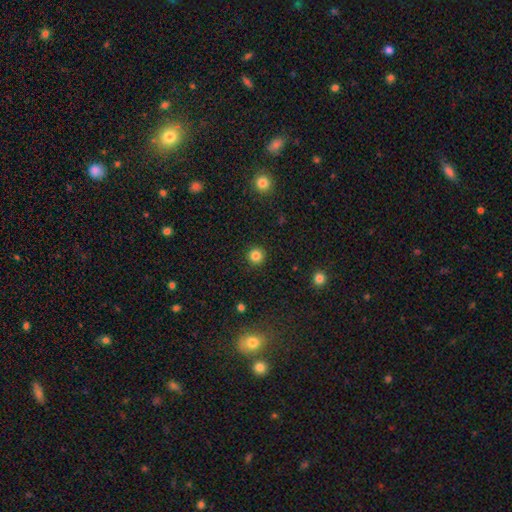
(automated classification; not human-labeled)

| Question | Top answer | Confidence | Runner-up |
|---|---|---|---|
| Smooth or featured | smooth | 84% | star or artifact (12%) |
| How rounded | round | 95% | in between (4%) |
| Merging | none | 92% | minor disturbance (5%) |